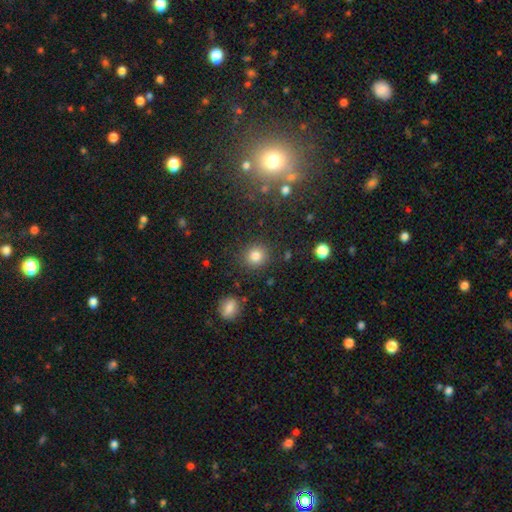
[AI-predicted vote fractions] This appears to be a smooth galaxy with no disk features (82%) that is round (88%). Merging: none (87%).